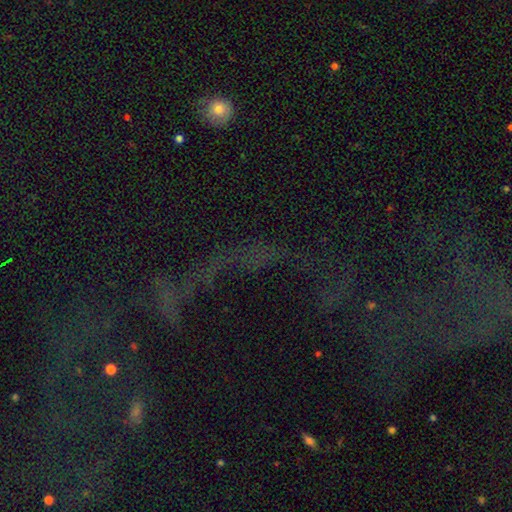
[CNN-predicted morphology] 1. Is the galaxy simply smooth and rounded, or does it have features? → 63% star or artifact, 21% smooth, 16% featured or disk.